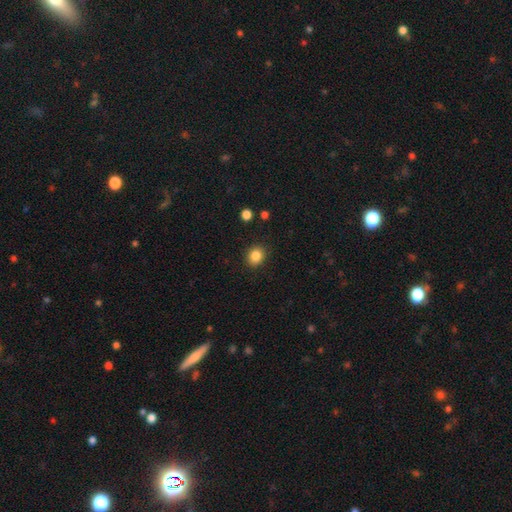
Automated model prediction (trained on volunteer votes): A smooth galaxy with no disk features (85%) that is round (66%).

Vote fractions:
- Smooth or featured? smooth: 85% / star or artifact: 10% / featured or disk: 4%
- How rounded? round: 66% / in between: 33% / cigar-shaped: 1%
- Merging? none: 89% / minor disturbance: 8% / major disturbance: 2% / merger: 1%